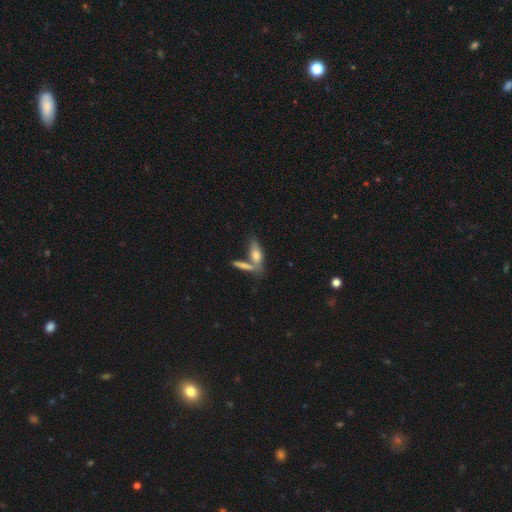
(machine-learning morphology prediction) A smooth galaxy with no disk features (66%) that is in between round and cigar-shaped (56%).

Vote fractions:
- Smooth or featured? smooth: 66% / featured or disk: 25% / star or artifact: 9%
- How rounded? in between: 56% / cigar-shaped: 40% / round: 4%
- Merging? none: 49% / merger: 34% / minor disturbance: 11% / major disturbance: 5%